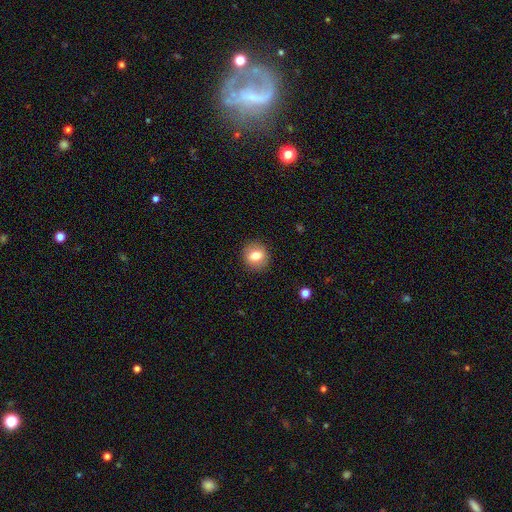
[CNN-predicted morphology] The model was most divided on "how rounded": round: 79%, in between: 20%, cigar-shaped: 1%. More confident: merging — none (89%); smooth or featured — smooth (76%).